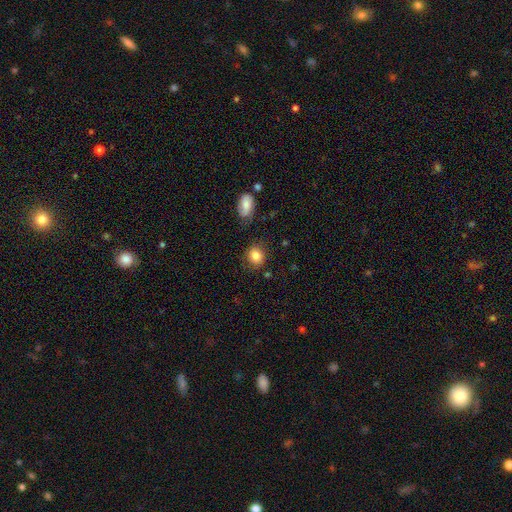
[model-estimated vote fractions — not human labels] Smooth or featured? Predicted: smooth (p=0.83). How rounded? Predicted: round (p=0.71). Merging? Predicted: none (p=0.78).